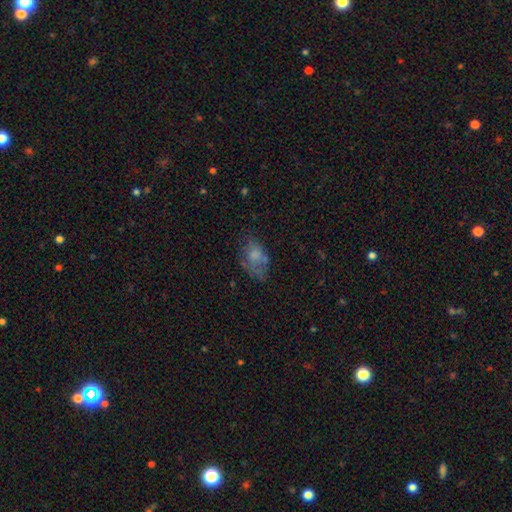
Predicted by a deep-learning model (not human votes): This appears to be a smooth galaxy with no disk features (61%) that is in between round and cigar-shaped (87%). Merging: none (44%).